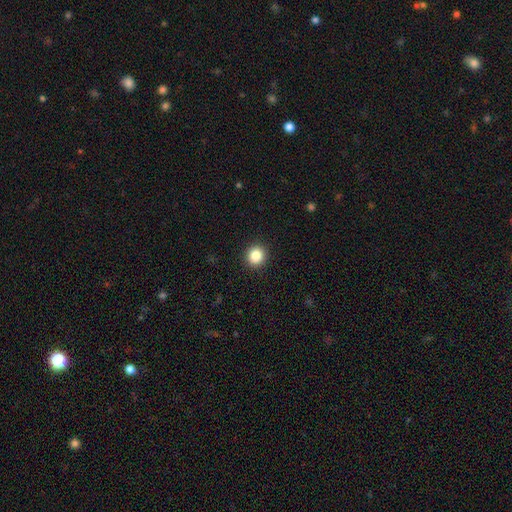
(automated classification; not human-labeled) Q: Smooth or featured?
A: smooth (85%); runner-up: star or artifact (11%)
Q: How rounded?
A: round (92%); runner-up: in between (8%)
Q: Merging?
A: none (93%); runner-up: minor disturbance (5%)